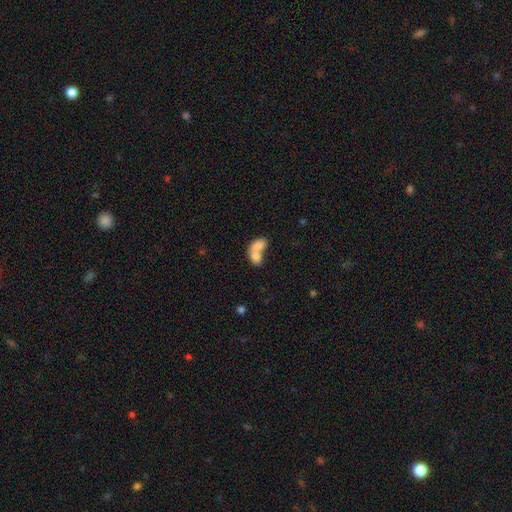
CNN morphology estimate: This appears to be a smooth galaxy with no disk features (76%) that is in between round and cigar-shaped (79%). Merging: merger (77%).